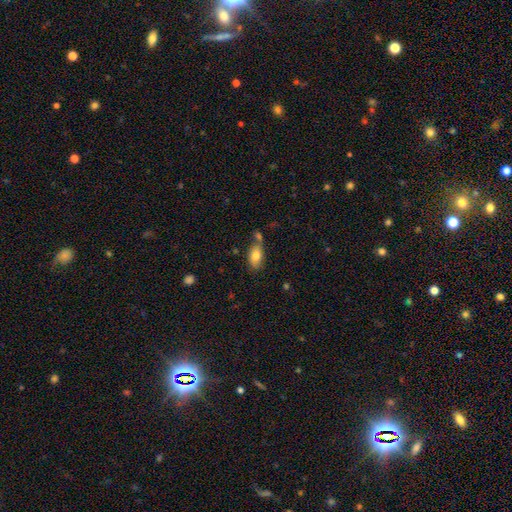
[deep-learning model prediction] Overall: smooth (78%). How rounded: in between (88%). Merging: none (56%; merger 21%).